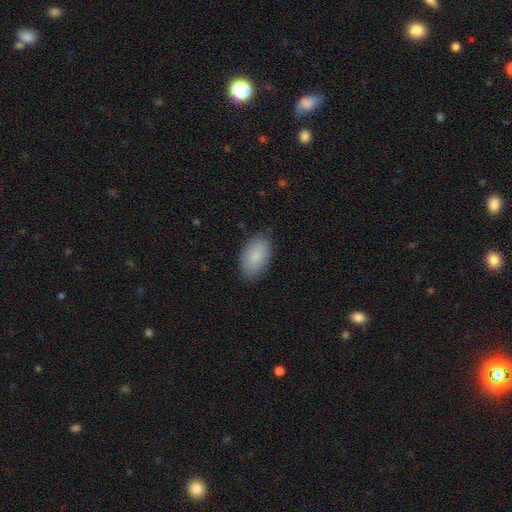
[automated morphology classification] This appears to be a smooth galaxy with no disk features (87%) that is in between round and cigar-shaped (93%). Merging: none (83%).